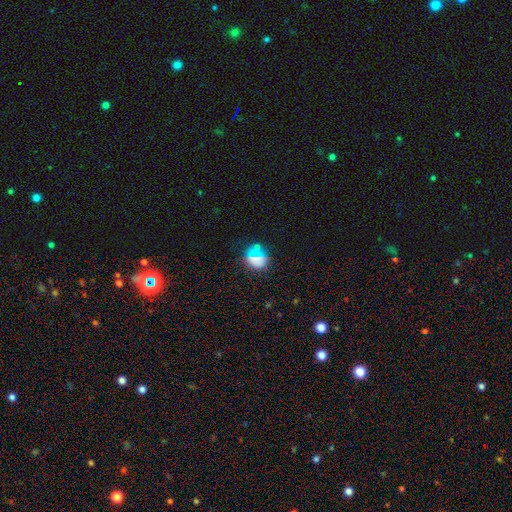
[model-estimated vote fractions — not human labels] Q: Smooth or featured?
A: smooth (62%); runner-up: star or artifact (26%)
Q: How rounded?
A: round (78%); runner-up: in between (19%)
Q: Merging?
A: none (78%); runner-up: minor disturbance (12%)